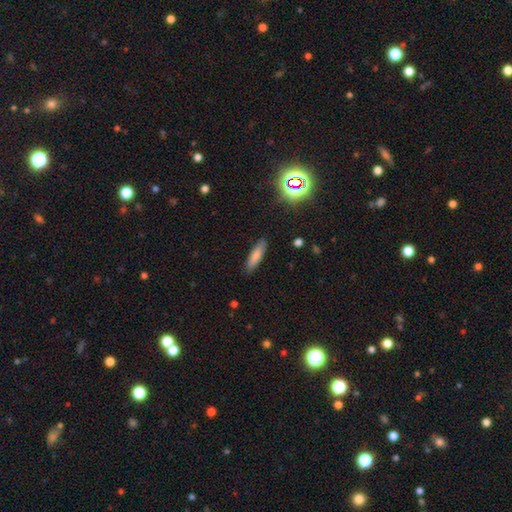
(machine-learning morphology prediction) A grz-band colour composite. It shows a smooth galaxy with no disk features (80%) that is cigar-shaped (67%). Merging: none (86%).